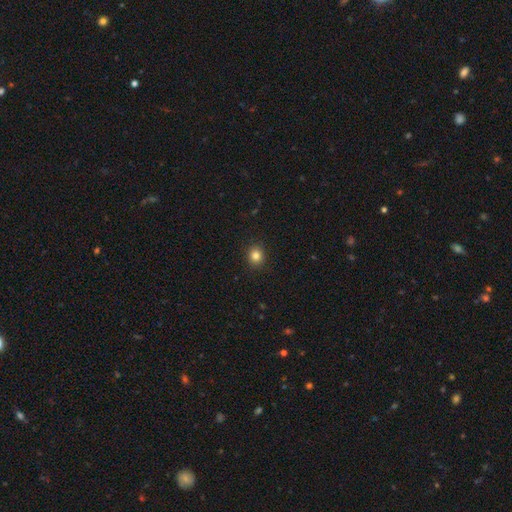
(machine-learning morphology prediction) The model was most divided on "how rounded": round: 83%, in between: 16%, cigar-shaped: 1%. More confident: merging — none (91%); smooth or featured — smooth (83%).